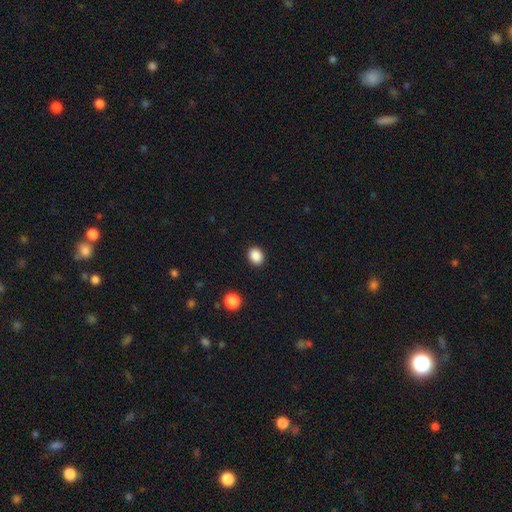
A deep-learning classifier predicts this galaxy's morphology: smooth_or_featured: smooth (p=0.88) [alt: star or artifact p=0.09]
how_rounded: round (p=0.52) [alt: in between p=0.47]
merging: none (p=0.91) [alt: minor disturbance p=0.06]